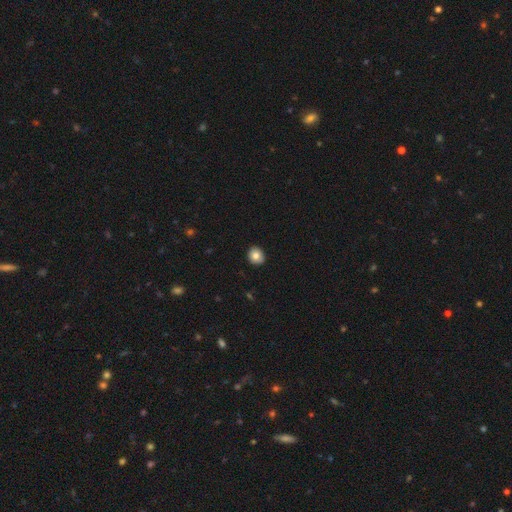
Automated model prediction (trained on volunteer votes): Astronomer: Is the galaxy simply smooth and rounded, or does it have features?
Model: smooth — 80%.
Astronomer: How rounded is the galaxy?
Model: round — 79%.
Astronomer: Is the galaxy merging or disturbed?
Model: none — 90%.